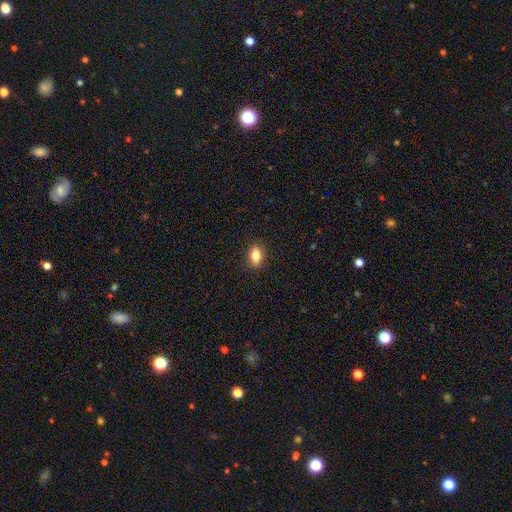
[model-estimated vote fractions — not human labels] smooth_or_featured: smooth (p=0.82) [alt: featured or disk p=0.10]
how_rounded: in between (p=0.83) [alt: round p=0.12]
merging: none (p=0.89) [alt: minor disturbance p=0.08]